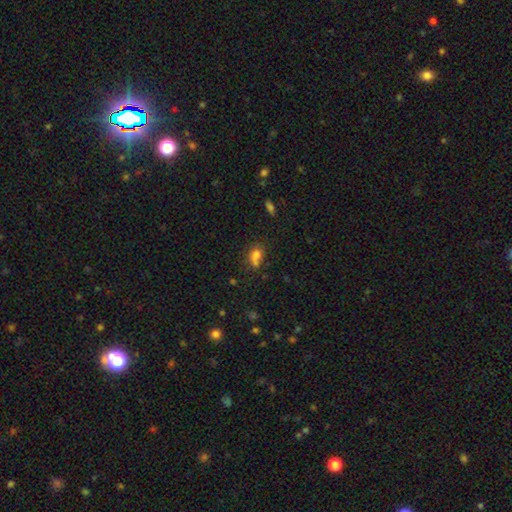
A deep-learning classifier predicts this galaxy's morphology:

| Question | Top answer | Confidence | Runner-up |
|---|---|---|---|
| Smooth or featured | smooth | 72% | star or artifact (16%) |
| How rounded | in between | 65% | round (31%) |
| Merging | none | 39% | merger (26%) |